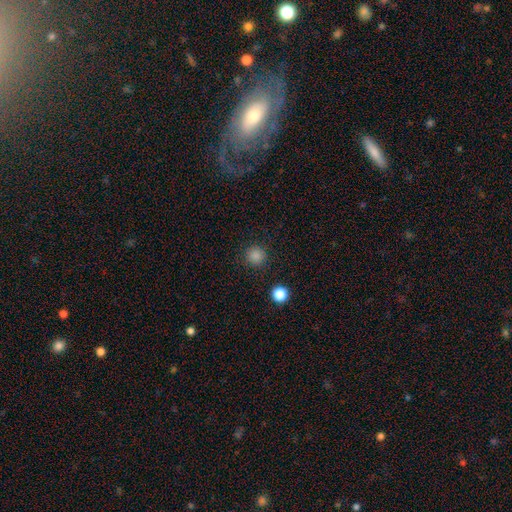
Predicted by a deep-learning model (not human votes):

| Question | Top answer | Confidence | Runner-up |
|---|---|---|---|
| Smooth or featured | smooth | 85% | star or artifact (13%) |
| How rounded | round | 95% | in between (4%) |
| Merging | none | 91% | minor disturbance (6%) |